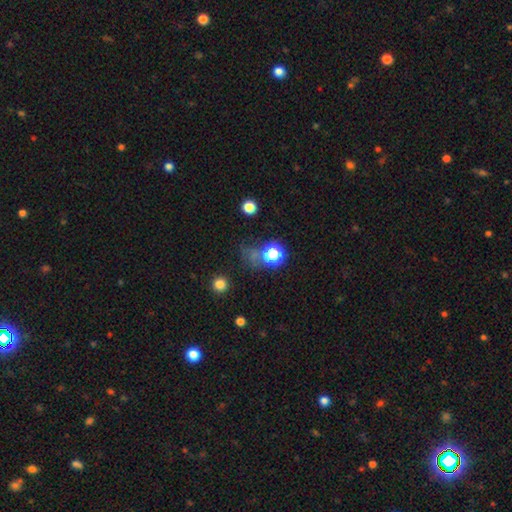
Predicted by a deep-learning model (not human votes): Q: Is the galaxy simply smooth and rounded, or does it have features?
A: star or artifact — 49%.